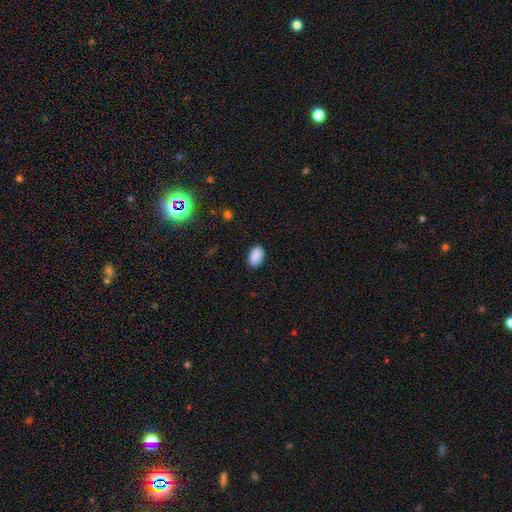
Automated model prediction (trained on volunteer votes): The model was most divided on "merging": none: 87%, minor disturbance: 10%, major disturbance: 2%, merger: 1%. More confident: how rounded — in between (92%); smooth or featured — smooth (89%).